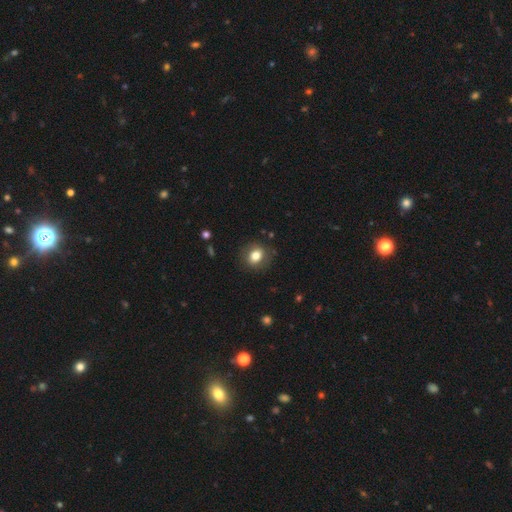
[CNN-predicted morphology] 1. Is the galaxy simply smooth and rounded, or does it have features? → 79% smooth, 12% featured or disk, 9% star or artifact.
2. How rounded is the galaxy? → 56% round, 43% in between, 1% cigar-shaped.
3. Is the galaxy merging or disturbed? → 85% none, 10% minor disturbance, 4% major disturbance, 1% merger.